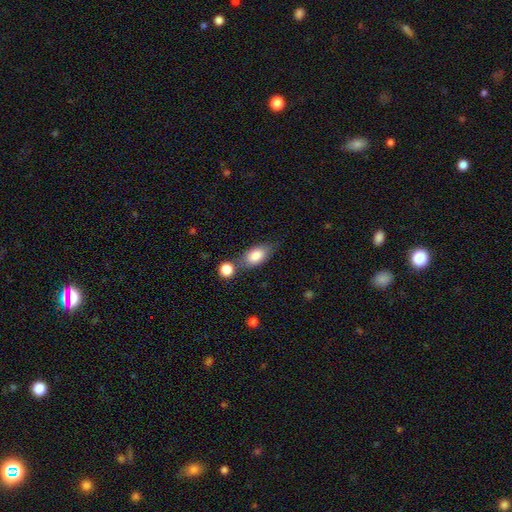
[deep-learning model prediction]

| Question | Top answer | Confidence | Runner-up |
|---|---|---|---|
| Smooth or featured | smooth | 82% | featured or disk (11%) |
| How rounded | in between | 87% | round (9%) |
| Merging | none | 57% | merger (22%) |